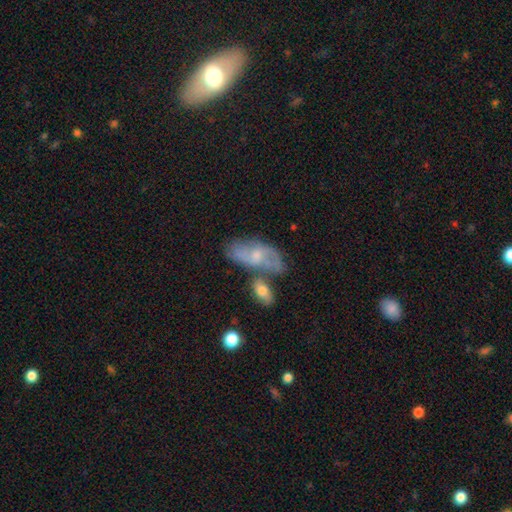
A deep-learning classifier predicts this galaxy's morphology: Smooth or featured?
  - featured or disk: 62% *
  - smooth: 31%
  - star or artifact: 8%
Edge-on disk?
  - no: 91% *
  - yes: 9%
Bar?
  - no: 56% *
  - weak: 37%
  - strong: 6%
Spiral arms?
  - yes: 80% *
  - no: 20%
Bulge size?
  - small: 52% *
  - moderate: 37%
  - none: 7%
  - large: 3%
  - dominant: 1%
Merging?
  - none: 44% *
  - merger: 29%
  - minor disturbance: 18%
  - major disturbance: 9%